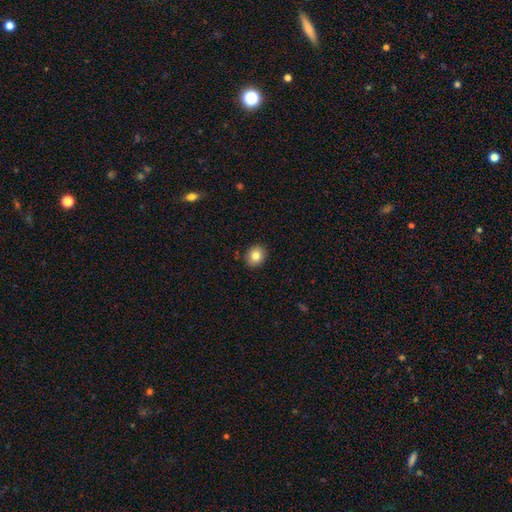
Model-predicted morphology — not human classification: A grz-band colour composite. It shows a smooth galaxy with no disk features (81%) that is round (65%). Merging: none (89%).